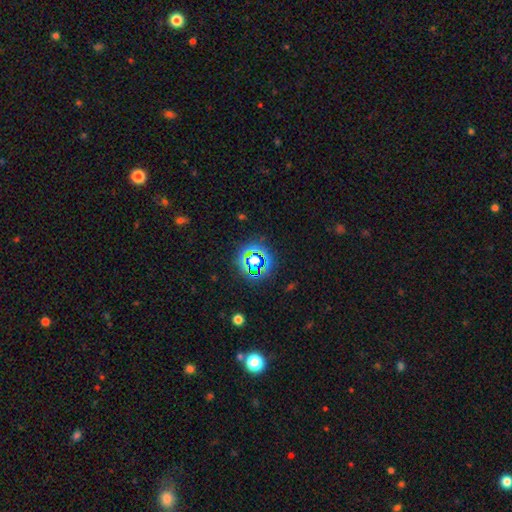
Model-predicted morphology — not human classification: Smooth or featured?
  - star or artifact: 63% *
  - smooth: 27%
  - featured or disk: 11%